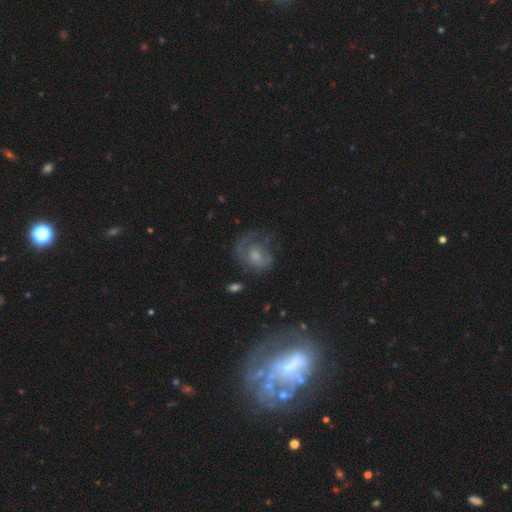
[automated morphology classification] This is possibly a featured or disk galaxy (54%). It is clearly not viewed edge-on (97%). Bar: likely no (73%). Spiral arm pattern: likely yes (69%). Central bulge: possibly moderate (46%). Merging: possibly none (47%).